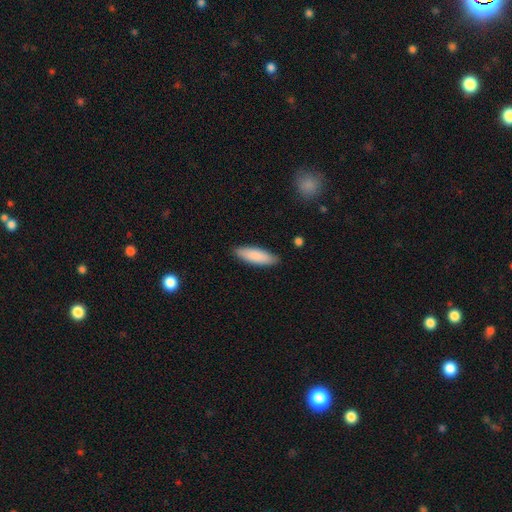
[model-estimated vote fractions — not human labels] smooth-or-featured: smooth: 87% | featured or disk: 8% | star or artifact: 6%
  how-rounded: in between: 54% | cigar-shaped: 44% | round: 1%
  merging: none: 86% | minor disturbance: 11% | major disturbance: 2% | merger: 1%